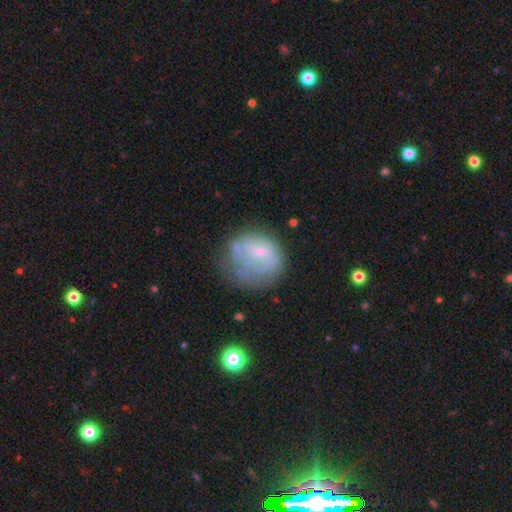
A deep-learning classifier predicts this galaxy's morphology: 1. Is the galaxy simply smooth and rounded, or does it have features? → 45% smooth, 40% featured or disk, 15% star or artifact.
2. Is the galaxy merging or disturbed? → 49% none, 26% minor disturbance, 21% major disturbance, 4% merger.